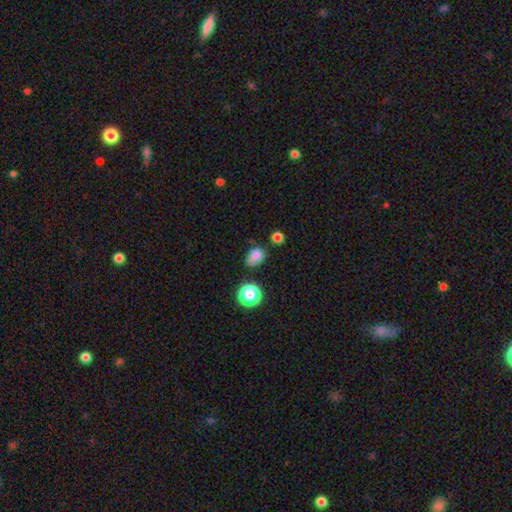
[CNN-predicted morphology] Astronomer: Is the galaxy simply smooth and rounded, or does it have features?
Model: smooth — 78%.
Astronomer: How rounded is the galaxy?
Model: in between — 69%.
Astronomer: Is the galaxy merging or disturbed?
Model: none — 60%.